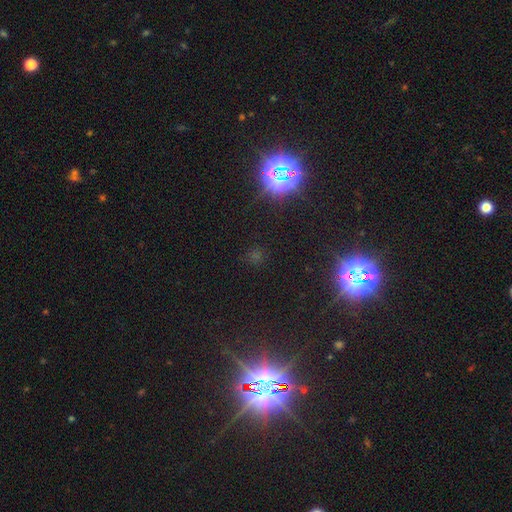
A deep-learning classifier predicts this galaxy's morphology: smooth-or-featured: star or artifact: 74% | smooth: 19% | featured or disk: 7%